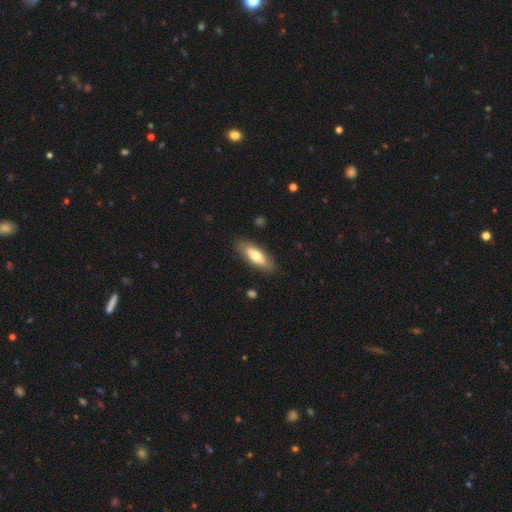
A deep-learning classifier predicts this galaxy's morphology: smooth 67%, featured or disk 27%, star or artifact 5%. Down the decision tree: how rounded — in between (67%); merging — none (85%).